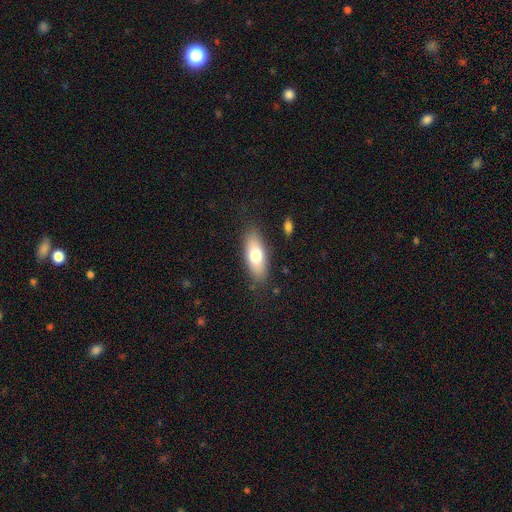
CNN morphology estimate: Smooth or featured?
  - smooth: 71% *
  - featured or disk: 22%
  - star or artifact: 7%
How rounded?
  - in between: 75% *
  - cigar-shaped: 22%
  - round: 3%
Merging?
  - none: 83% *
  - minor disturbance: 12%
  - major disturbance: 3%
  - merger: 2%